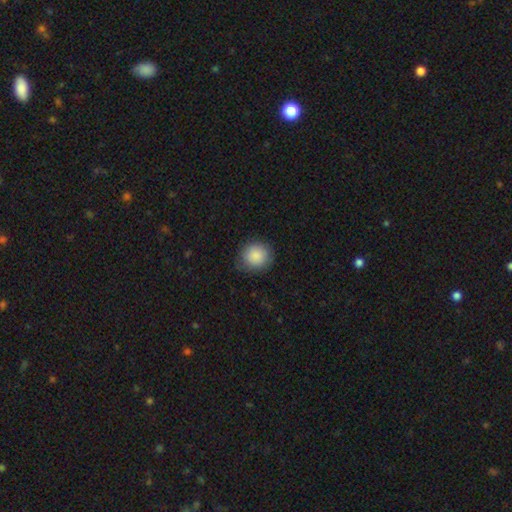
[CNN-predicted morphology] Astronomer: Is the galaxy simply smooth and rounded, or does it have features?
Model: smooth — 88%.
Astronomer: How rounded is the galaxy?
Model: round — 87%.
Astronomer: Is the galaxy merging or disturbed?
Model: none — 81%.